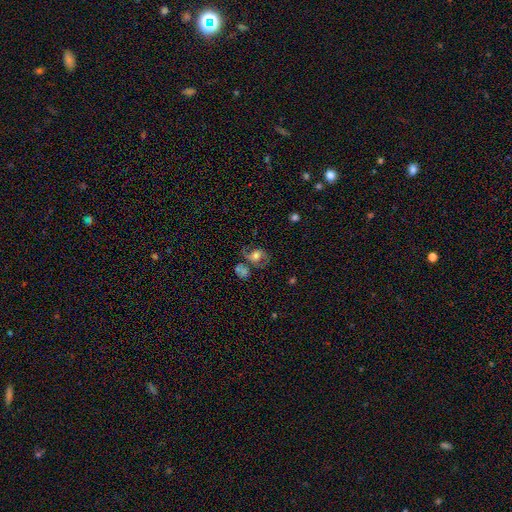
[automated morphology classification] This appears to be a featured or disk galaxy (56%) with no bar (62%), spiral arms (76%) and a moderate central bulge (48%). Merging: none (42%).